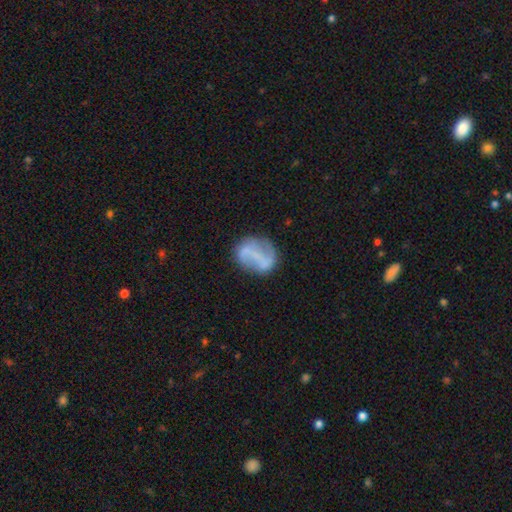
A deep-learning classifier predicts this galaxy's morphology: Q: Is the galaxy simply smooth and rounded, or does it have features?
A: featured or disk — 65%.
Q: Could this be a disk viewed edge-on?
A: no — 97%.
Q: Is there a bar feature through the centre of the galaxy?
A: strong — 36%.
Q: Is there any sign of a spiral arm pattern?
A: yes — 70%.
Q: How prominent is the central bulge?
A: none — 62%.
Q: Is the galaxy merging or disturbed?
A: none — 64%.